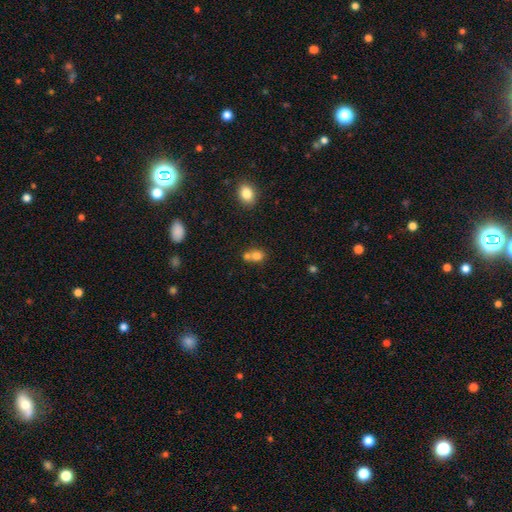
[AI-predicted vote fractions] smooth-or-featured: smooth: 76% | featured or disk: 12% | star or artifact: 12%
  how-rounded: round: 62% | in between: 37% | cigar-shaped: 1%
  merging: merger: 53% | none: 35% | minor disturbance: 8% | major disturbance: 3%